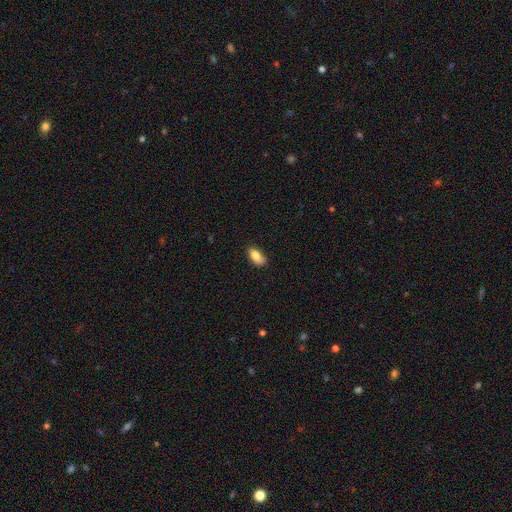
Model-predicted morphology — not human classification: Smooth or featured? Predicted: smooth (p=0.83). How rounded? Predicted: in between (p=0.91). Merging? Predicted: none (p=0.72).